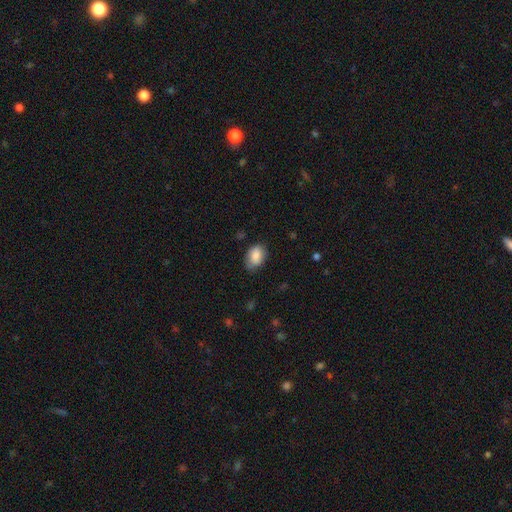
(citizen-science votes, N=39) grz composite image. It shows a smooth galaxy with no disk features (87%) that is in between round and cigar-shaped (85%). Merging: none (67%).